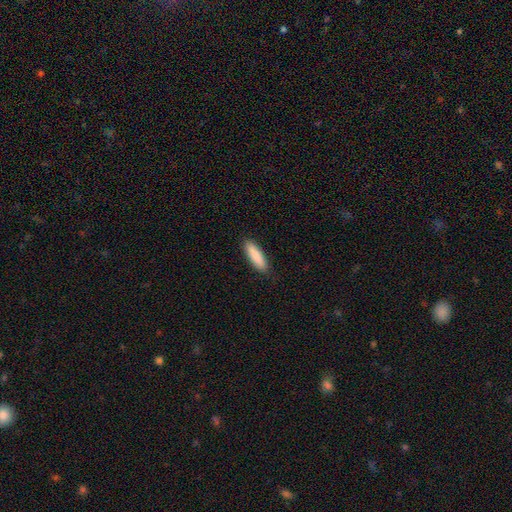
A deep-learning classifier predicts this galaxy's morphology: Q: Smooth or featured?
A: smooth (88%); runner-up: featured or disk (6%)
Q: How rounded?
A: cigar-shaped (60%); runner-up: in between (39%)
Q: Merging?
A: none (89%); runner-up: minor disturbance (8%)